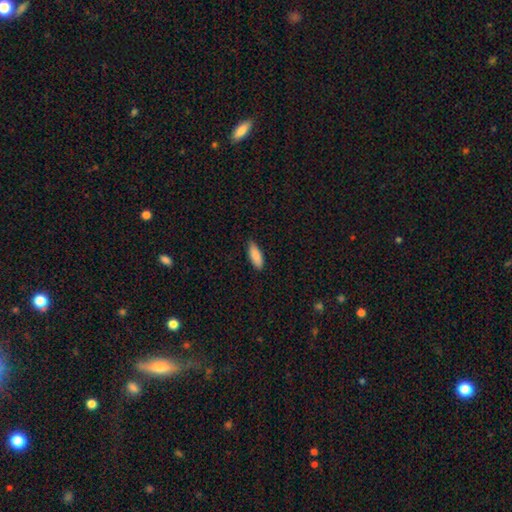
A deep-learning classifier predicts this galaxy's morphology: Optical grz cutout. It shows a smooth galaxy with no disk features (88%) that is in between round and cigar-shaped (70%). Merging: none (84%).